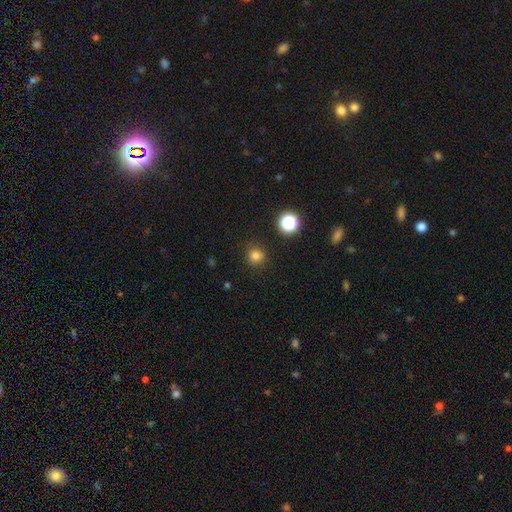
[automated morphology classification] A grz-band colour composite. It shows a smooth galaxy with no disk features (79%) that is round (92%). Merging: none (88%).